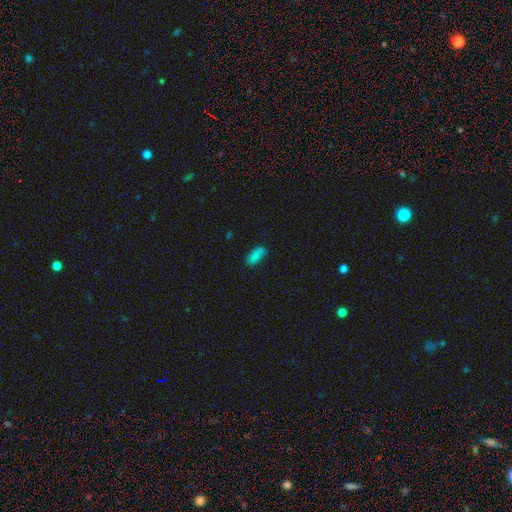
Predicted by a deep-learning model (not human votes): Smooth or featured? Predicted: smooth (p=0.79). How rounded? Predicted: in between (p=0.76). Merging? Predicted: none (p=0.64).